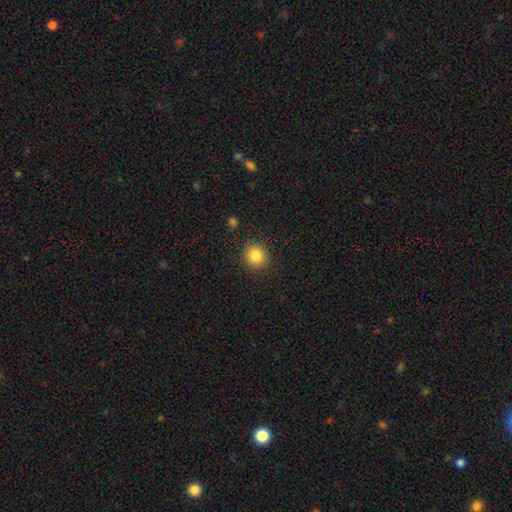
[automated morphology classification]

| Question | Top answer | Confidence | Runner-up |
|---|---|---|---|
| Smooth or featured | smooth | 85% | star or artifact (10%) |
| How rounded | round | 88% | in between (11%) |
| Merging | none | 90% | minor disturbance (7%) |